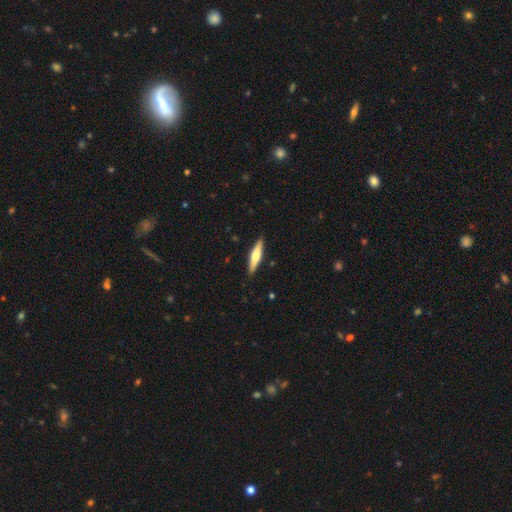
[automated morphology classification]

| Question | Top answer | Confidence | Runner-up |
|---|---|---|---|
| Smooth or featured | featured or disk | 50% | smooth (44%) |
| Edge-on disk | yes | 95% | no (5%) |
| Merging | none | 90% | minor disturbance (8%) |